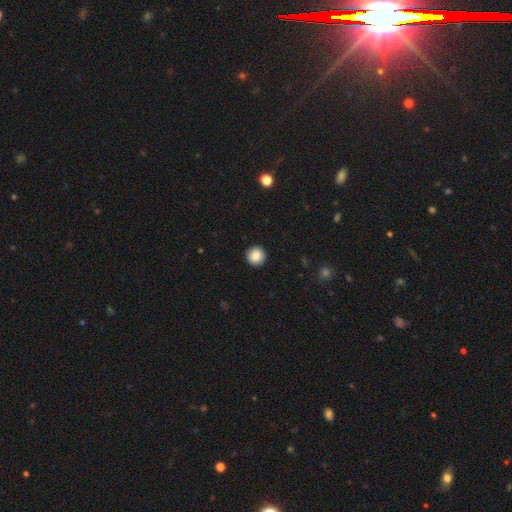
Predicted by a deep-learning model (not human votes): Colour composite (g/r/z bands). It shows a smooth galaxy with no disk features (87%) that is round (95%). Merging: none (93%).